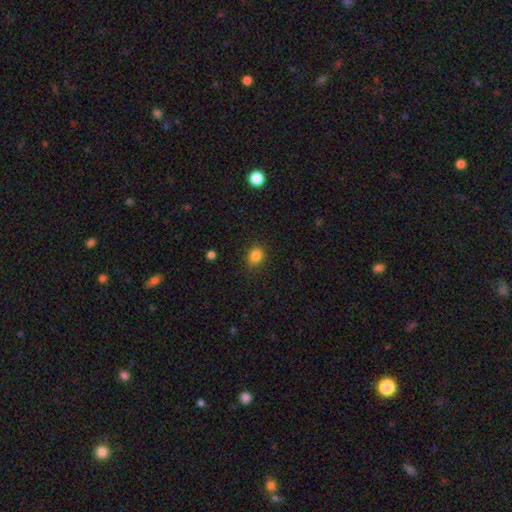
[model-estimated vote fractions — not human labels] Q: Smooth or featured?
A: smooth (84%); runner-up: star or artifact (12%)
Q: How rounded?
A: round (60%); runner-up: in between (39%)
Q: Merging?
A: none (86%); runner-up: minor disturbance (10%)